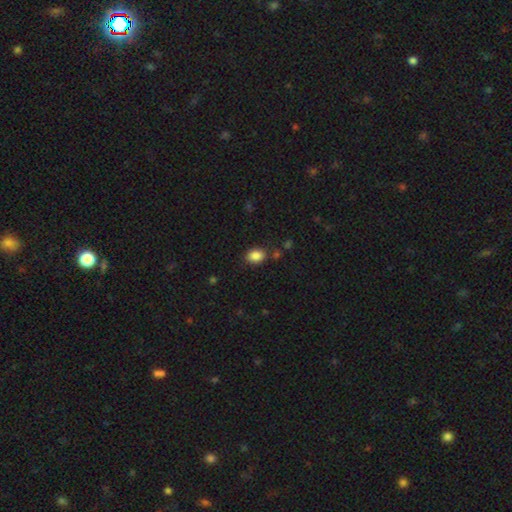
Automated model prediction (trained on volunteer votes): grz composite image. It shows a smooth galaxy with no disk features (87%) that is in between round and cigar-shaped (71%). Merging: none (81%).